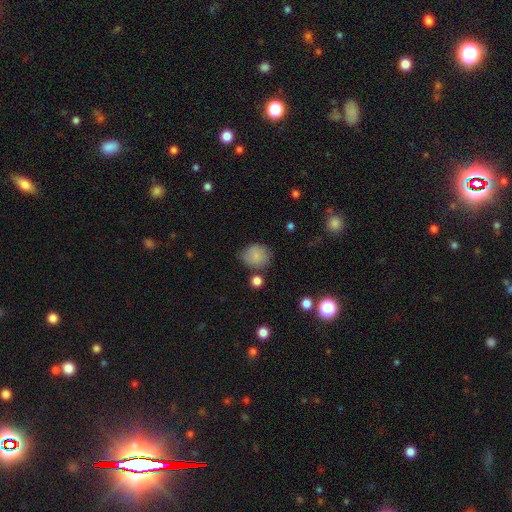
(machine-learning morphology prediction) Q: Smooth or featured?
A: smooth (80%); runner-up: featured or disk (10%)
Q: How rounded?
A: round (71%); runner-up: in between (28%)
Q: Merging?
A: none (67%); runner-up: minor disturbance (21%)